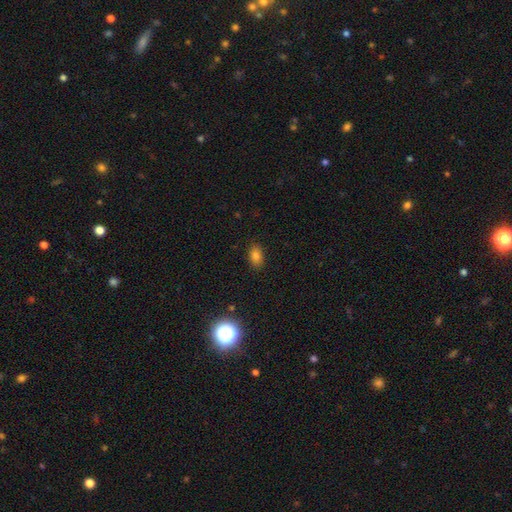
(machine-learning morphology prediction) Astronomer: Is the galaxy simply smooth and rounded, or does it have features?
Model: smooth — 80%.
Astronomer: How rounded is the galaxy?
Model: in between — 85%.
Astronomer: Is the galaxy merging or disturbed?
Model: none — 87%.